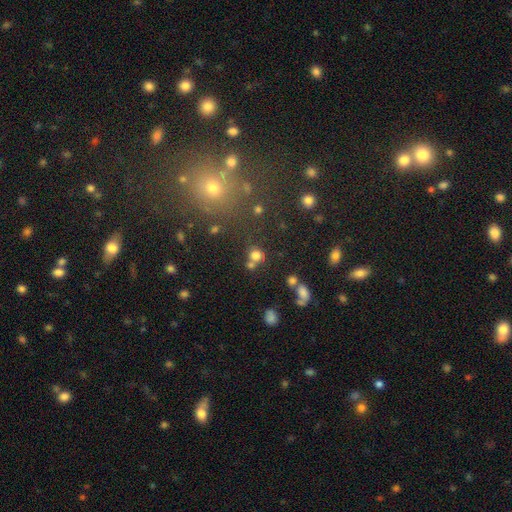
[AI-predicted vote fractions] The model was most divided on "merging": none: 54%, merger: 32%, minor disturbance: 10%, major disturbance: 5%. More confident: how rounded — round (84%); smooth or featured — smooth (73%).